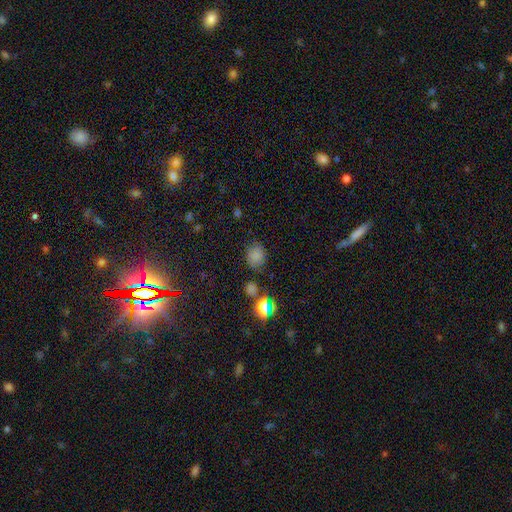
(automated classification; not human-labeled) smooth 74%, star or artifact 18%, featured or disk 8%. Down the decision tree: how rounded — round (67%); merging — none (77%).